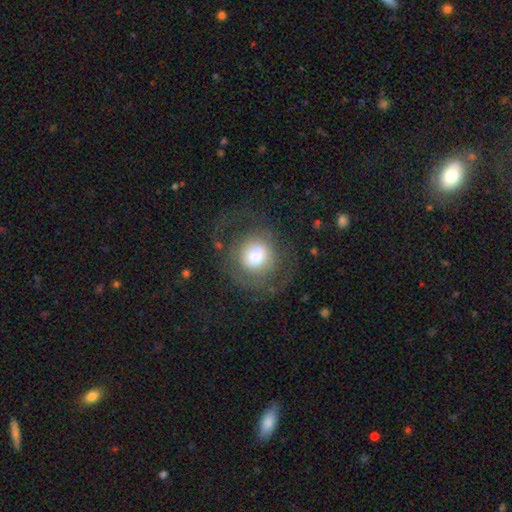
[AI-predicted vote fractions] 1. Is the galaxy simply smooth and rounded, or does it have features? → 51% smooth, 38% featured or disk, 11% star or artifact.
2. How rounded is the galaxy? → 91% round, 8% in between, 1% cigar-shaped.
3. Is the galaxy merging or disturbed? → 63% none, 22% major disturbance, 13% minor disturbance, 2% merger.